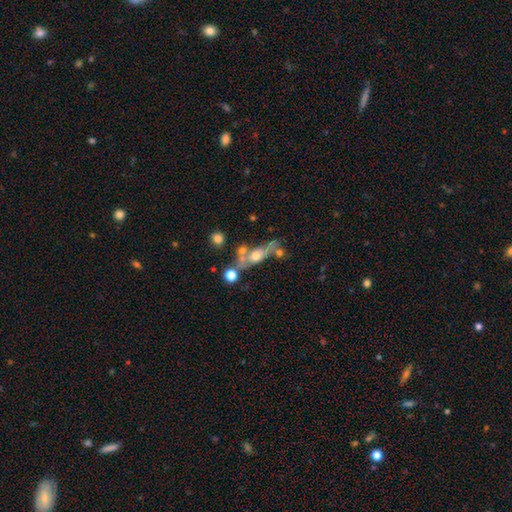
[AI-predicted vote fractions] Morphology: type=featured or disk (56%); edge-on=no (55%); merging=none (47%).